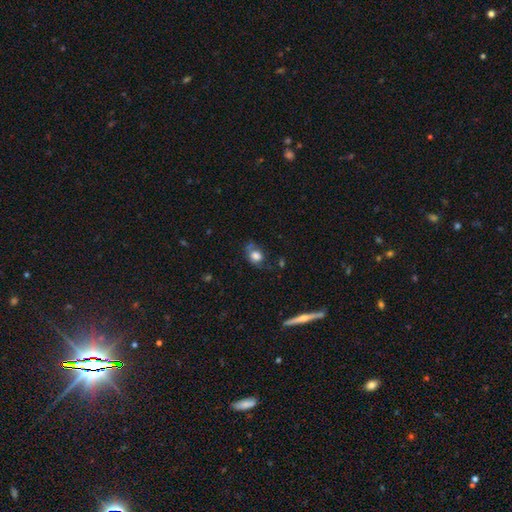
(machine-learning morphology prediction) The model was most divided on "how rounded": round: 50%, in between: 49%, cigar-shaped: 2%. More confident: smooth or featured — smooth (72%); merging — none (56%).